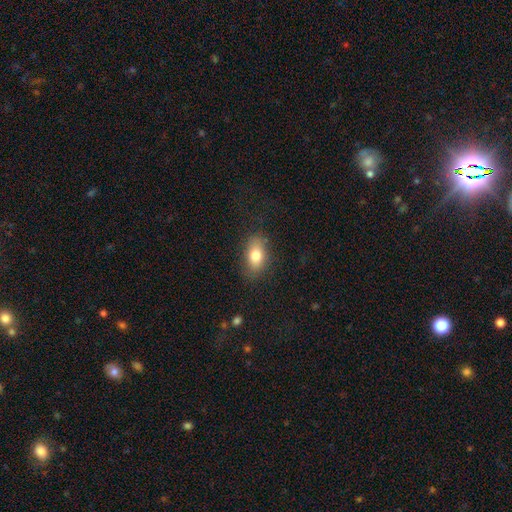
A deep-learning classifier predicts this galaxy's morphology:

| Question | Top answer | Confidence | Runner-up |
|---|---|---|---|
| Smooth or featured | smooth | 78% | featured or disk (13%) |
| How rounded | in between | 86% | round (10%) |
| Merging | none | 82% | minor disturbance (13%) |